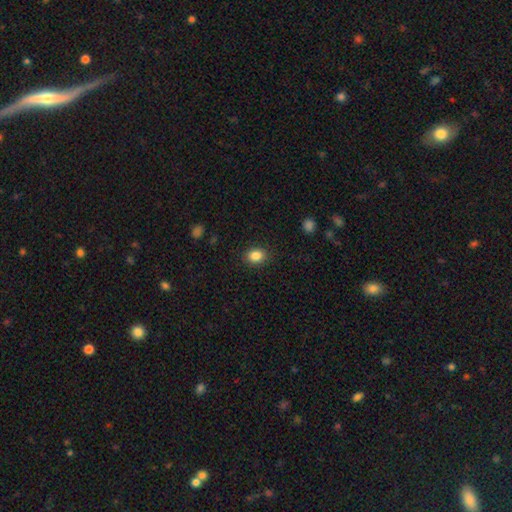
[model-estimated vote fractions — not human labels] Morphology: type=smooth (86%); roundness=in between (57%); merging=none (88%).